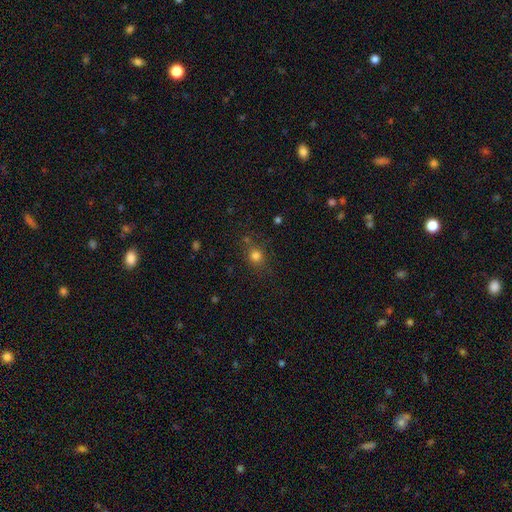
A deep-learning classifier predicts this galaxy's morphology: Smooth or featured? Predicted: smooth (p=0.78). How rounded? Predicted: round (p=0.82). Merging? Predicted: none (p=0.76).